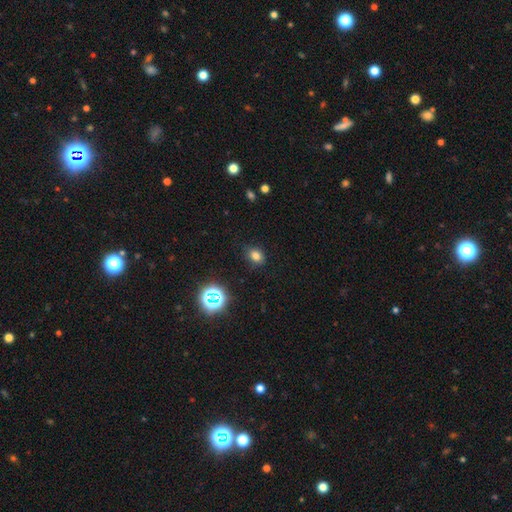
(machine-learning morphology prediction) smooth-or-featured: smooth: 75% | star or artifact: 18% | featured or disk: 6%
  how-rounded: in between: 61% | round: 38% | cigar-shaped: 1%
  merging: none: 83% | minor disturbance: 12% | major disturbance: 3% | merger: 1%